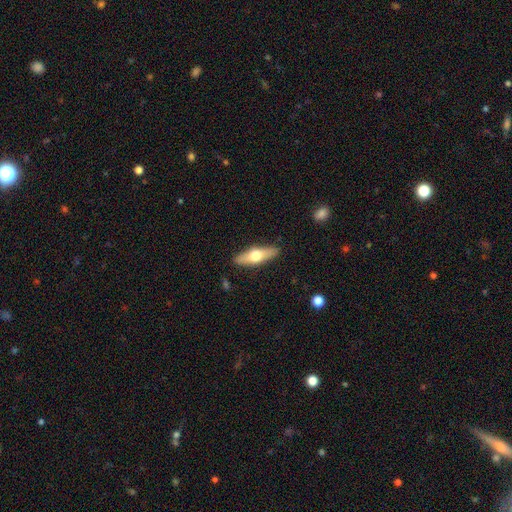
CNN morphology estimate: Q: Smooth or featured?
A: smooth (52%); runner-up: featured or disk (43%)
Q: How rounded?
A: cigar-shaped (50%); runner-up: in between (47%)
Q: Merging?
A: none (88%); runner-up: minor disturbance (9%)